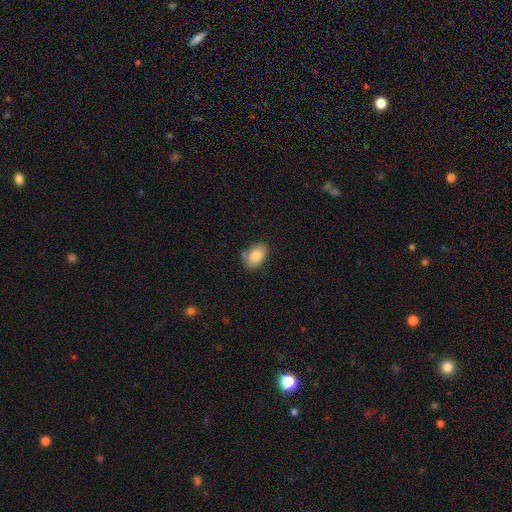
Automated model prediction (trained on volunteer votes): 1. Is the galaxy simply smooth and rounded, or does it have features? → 83% smooth, 10% featured or disk, 7% star or artifact.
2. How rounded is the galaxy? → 88% in between, 11% round, 1% cigar-shaped.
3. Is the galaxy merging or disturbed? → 77% none, 15% minor disturbance, 5% merger, 3% major disturbance.